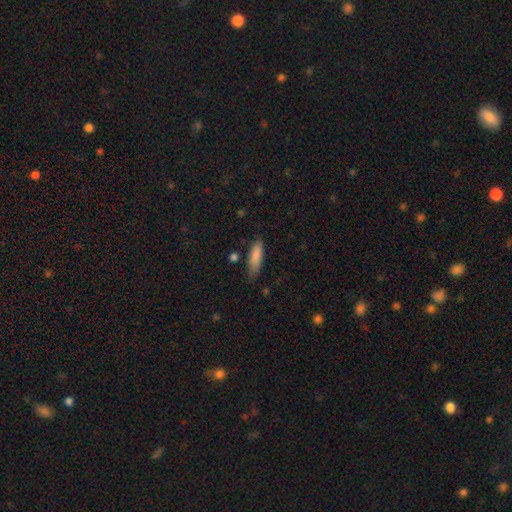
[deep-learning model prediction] A smooth galaxy with no disk features (86%) that is cigar-shaped (51%).

Vote fractions:
- Smooth or featured? smooth: 86% / featured or disk: 8% / star or artifact: 6%
- How rounded? cigar-shaped: 51% / in between: 47% / round: 2%
- Merging? none: 75% / minor disturbance: 19% / major disturbance: 4% / merger: 2%